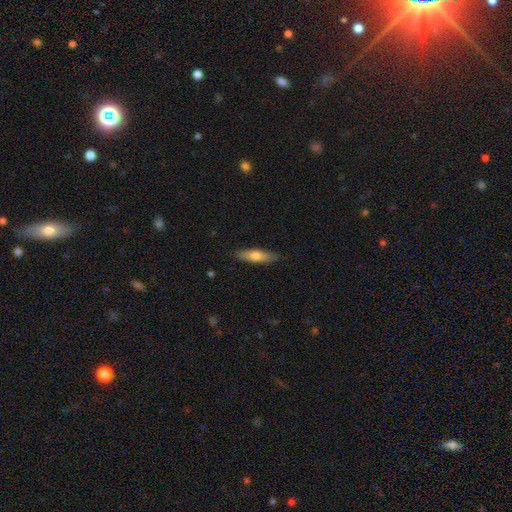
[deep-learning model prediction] Smooth or featured? Predicted: smooth (p=0.65). How rounded? Predicted: cigar-shaped (p=0.59). Merging? Predicted: none (p=0.86).